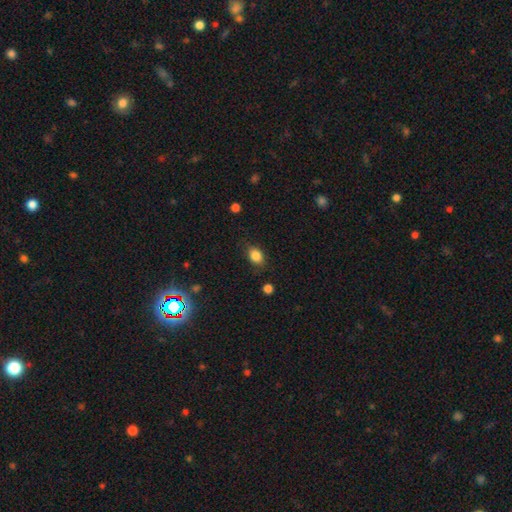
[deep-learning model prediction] The model was most divided on "how rounded": in between: 66%, round: 33%, cigar-shaped: 1%. More confident: smooth or featured — smooth (85%); merging — none (79%).